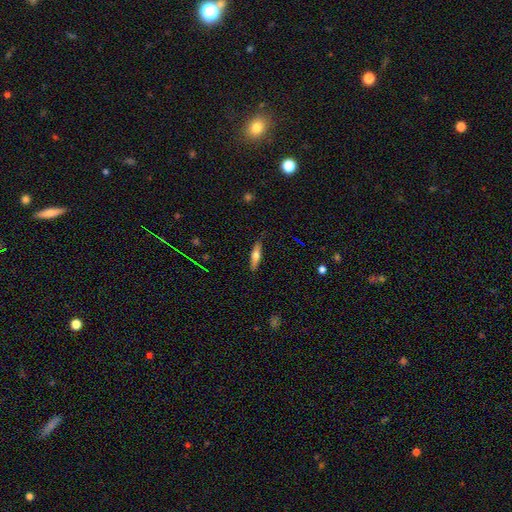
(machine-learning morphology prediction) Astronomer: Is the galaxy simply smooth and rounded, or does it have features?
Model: smooth — 56% (runner-up: featured or disk, 37%).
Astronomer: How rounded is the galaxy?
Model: cigar-shaped — 75%.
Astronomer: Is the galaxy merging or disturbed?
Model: none — 81%.